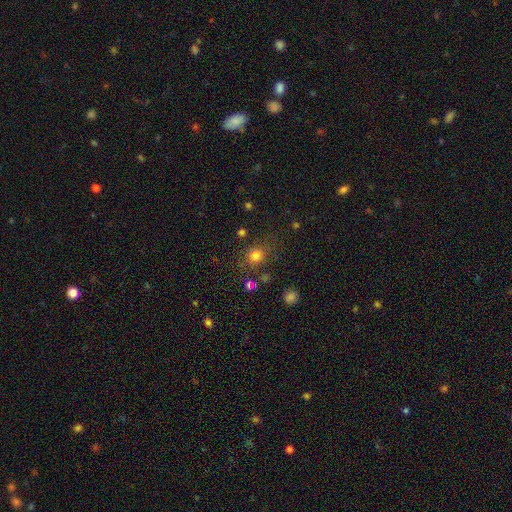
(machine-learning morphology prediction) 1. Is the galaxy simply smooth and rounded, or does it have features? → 77% smooth, 16% star or artifact, 7% featured or disk.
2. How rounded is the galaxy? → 83% round, 16% in between, 1% cigar-shaped.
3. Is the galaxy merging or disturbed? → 76% none, 12% minor disturbance, 6% major disturbance, 6% merger.